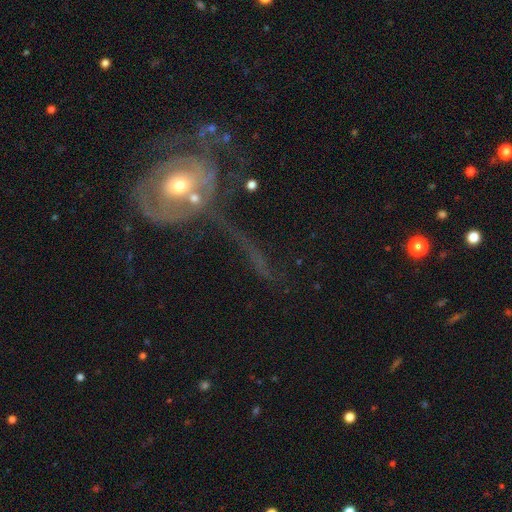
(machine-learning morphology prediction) Smooth or featured? Predicted: featured or disk (p=0.65). Edge-on disk? Predicted: no (p=0.84). Bar? Predicted: no (p=0.62). Spiral arms? Predicted: yes (p=0.56). Bulge size? Predicted: moderate (p=0.55). Merging? Predicted: none (p=0.30).